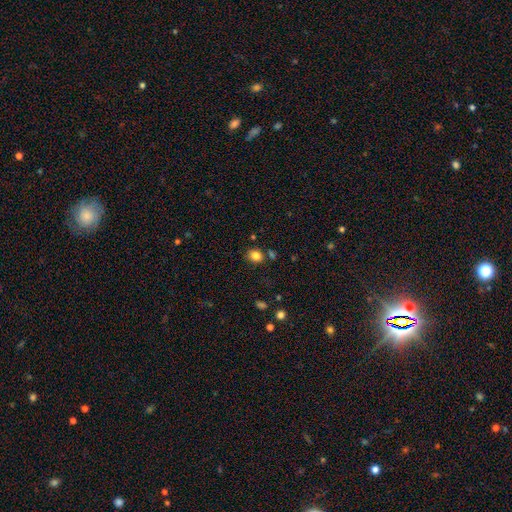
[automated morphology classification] This appears to be a smooth galaxy with no disk features (82%) that is round (60%). Merging: none (79%).